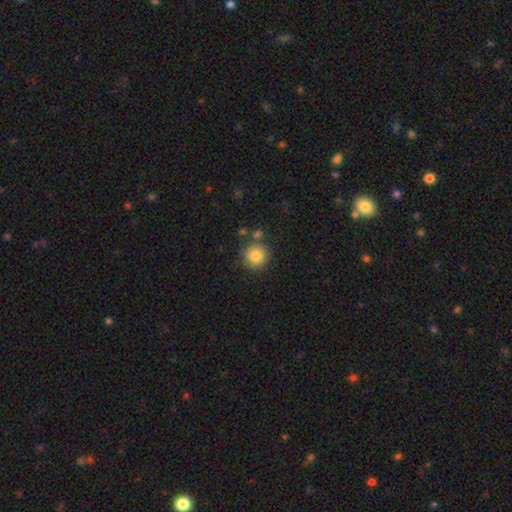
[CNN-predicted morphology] Overall: smooth (83%). How rounded: round (94%). Merging: none (81%).